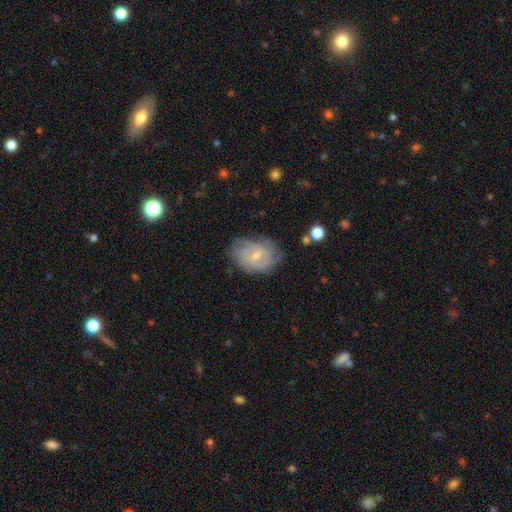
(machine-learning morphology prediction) featured or disk 64%, smooth 28%, star or artifact 8%. Down the decision tree: edge-on disk — no (96%); bar — weak (52%); spiral arms — yes (81%); bulge size — small (59%); merging — none (59%).